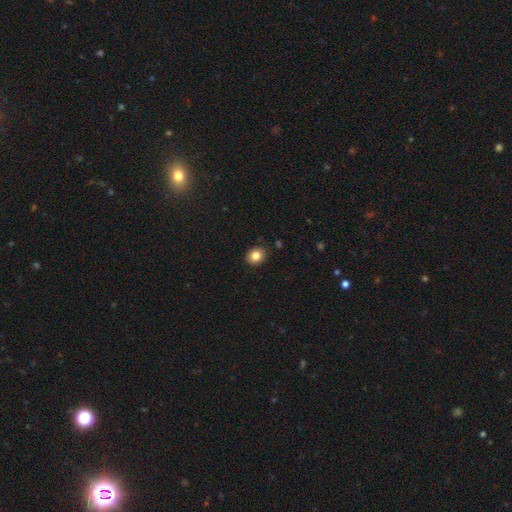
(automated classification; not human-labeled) A smooth galaxy with no disk features (83%) that is round (57%). Merging: none (89%).